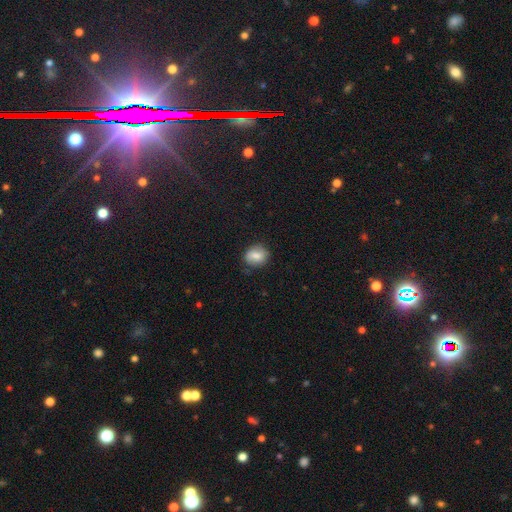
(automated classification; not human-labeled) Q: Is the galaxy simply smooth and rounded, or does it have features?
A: smooth — 76%.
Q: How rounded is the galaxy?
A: round — 63%.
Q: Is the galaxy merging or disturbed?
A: none — 77%.